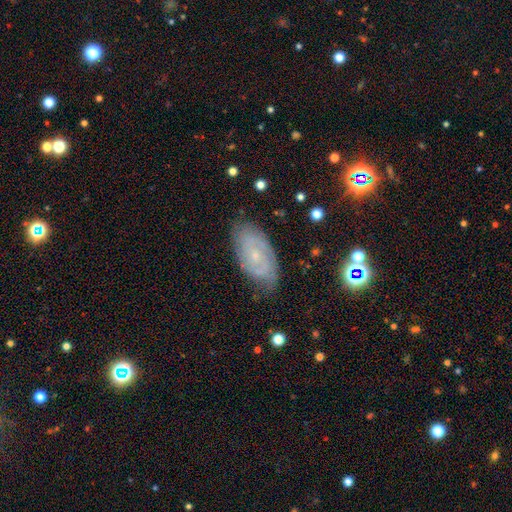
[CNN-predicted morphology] A featured or disk galaxy (73%) with no bar (70%), 2 (43%) tight (64%) spiral arms (90%) and a small central bulge (76%). Merging: none (71%).